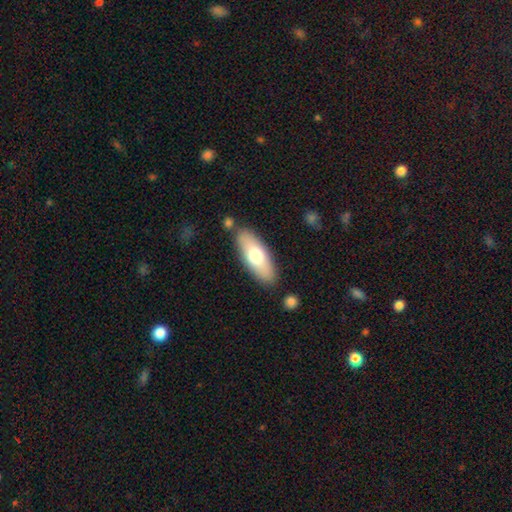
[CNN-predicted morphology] Smooth or featured?
  - smooth: 68% *
  - featured or disk: 27%
  - star or artifact: 6%
How rounded?
  - in between: 70% *
  - cigar-shaped: 28%
  - round: 2%
Merging?
  - none: 83% *
  - minor disturbance: 10%
  - merger: 4%
  - major disturbance: 3%